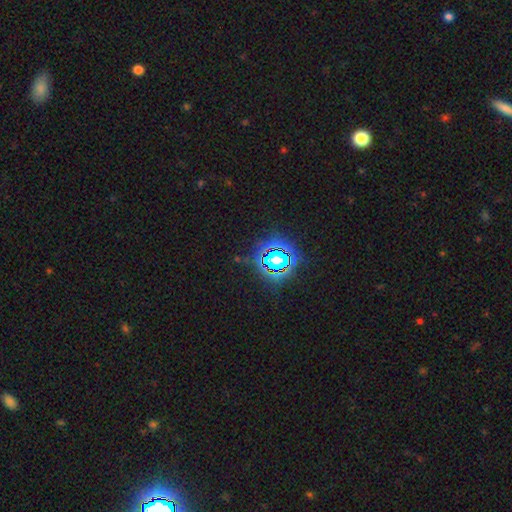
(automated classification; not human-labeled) Smooth or featured? Predicted: star or artifact (p=0.81).